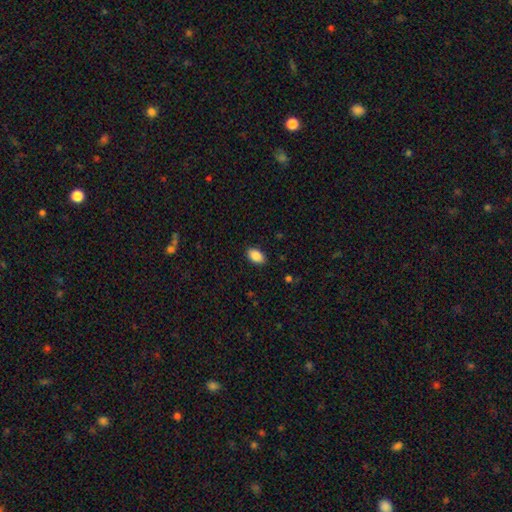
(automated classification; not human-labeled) This appears to be a smooth galaxy with no disk features (89%) that is in between round and cigar-shaped (92%). Merging: none (87%).